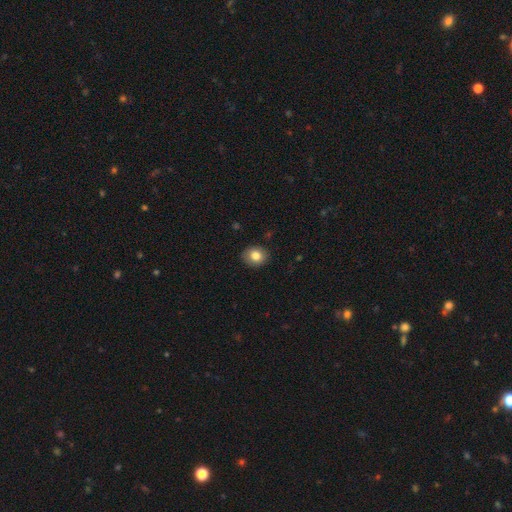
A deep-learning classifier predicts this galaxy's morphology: Smooth or featured? smooth (82%)
How rounded? round (64%)
Merging? none (88%)